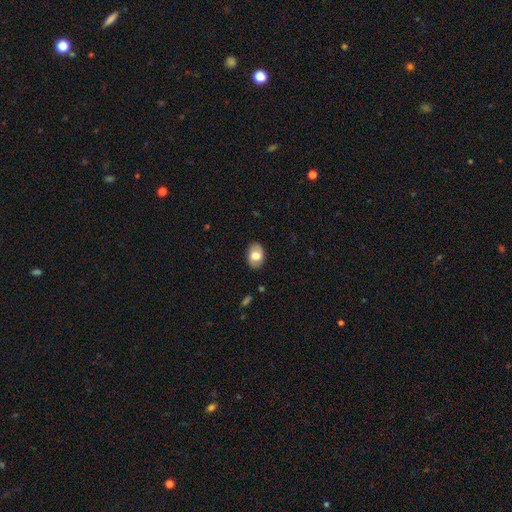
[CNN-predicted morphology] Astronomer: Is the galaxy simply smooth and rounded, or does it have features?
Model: smooth — 68%.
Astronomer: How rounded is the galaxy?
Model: in between — 82%.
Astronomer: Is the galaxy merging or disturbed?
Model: none — 85%.